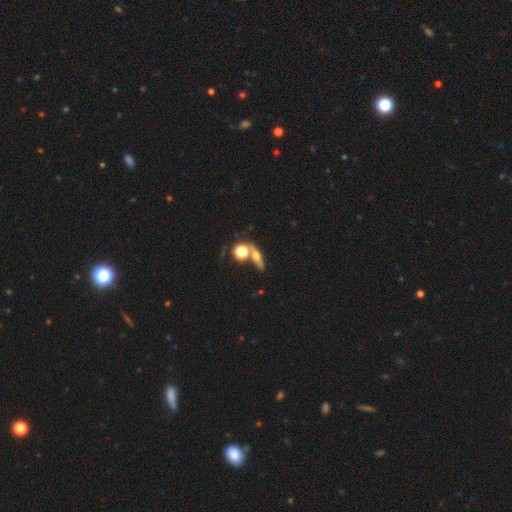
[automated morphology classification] Q: Smooth or featured?
A: featured or disk (45%); runner-up: smooth (40%)
Q: Merging?
A: none (64%); runner-up: merger (19%)